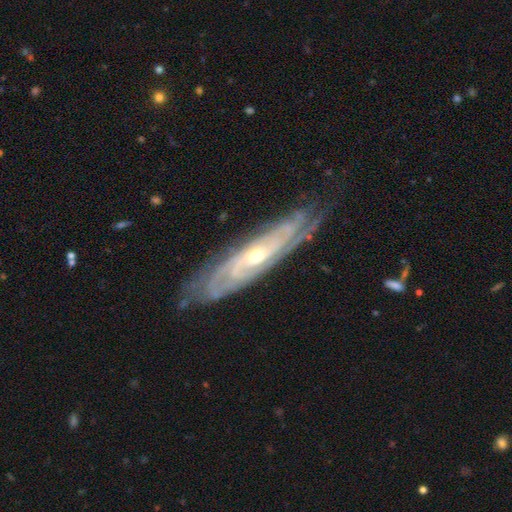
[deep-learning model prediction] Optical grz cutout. It shows a featured or disk galaxy (87%) with no bar (61%), tight (74%) spiral arms (95%) and a small central bulge (50%). Merging: none (78%).